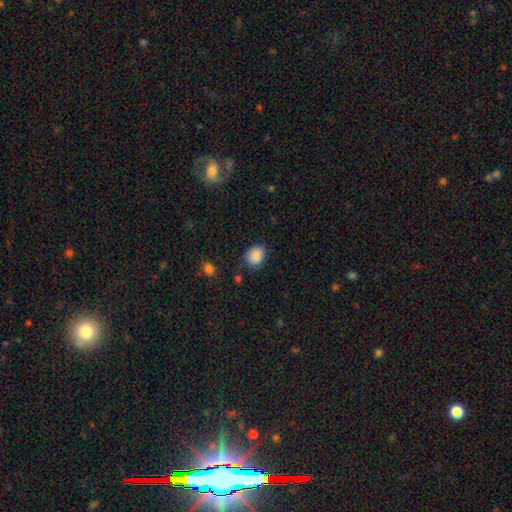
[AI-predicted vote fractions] Smooth or featured? smooth (87%)
How rounded? round (63%)
Merging? none (74%)